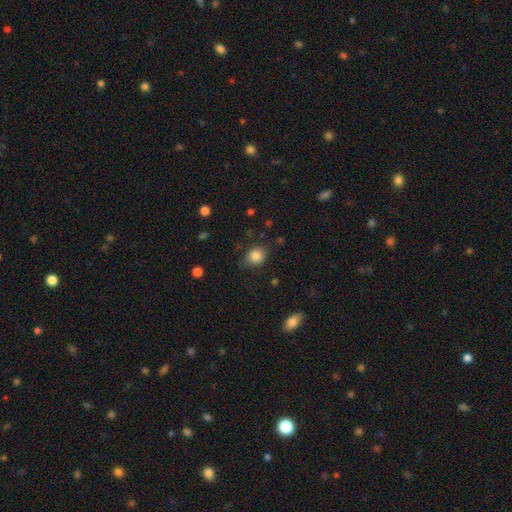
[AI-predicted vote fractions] Q: Smooth or featured?
A: smooth (84%); runner-up: star or artifact (10%)
Q: How rounded?
A: round (66%); runner-up: in between (33%)
Q: Merging?
A: none (77%); runner-up: minor disturbance (17%)